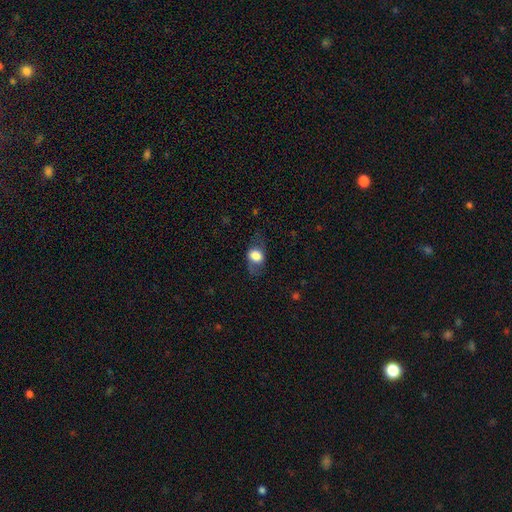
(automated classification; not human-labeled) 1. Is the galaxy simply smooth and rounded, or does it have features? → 68% smooth, 23% featured or disk, 8% star or artifact.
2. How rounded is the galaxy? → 68% in between, 29% round, 2% cigar-shaped.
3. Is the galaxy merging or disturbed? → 65% none, 21% minor disturbance, 13% major disturbance, 1% merger.